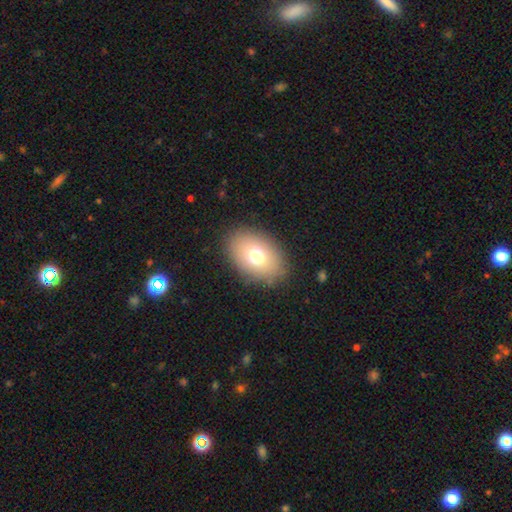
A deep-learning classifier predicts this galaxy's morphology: type=smooth (70%); roundness=in between (79%); merging=none (86%).